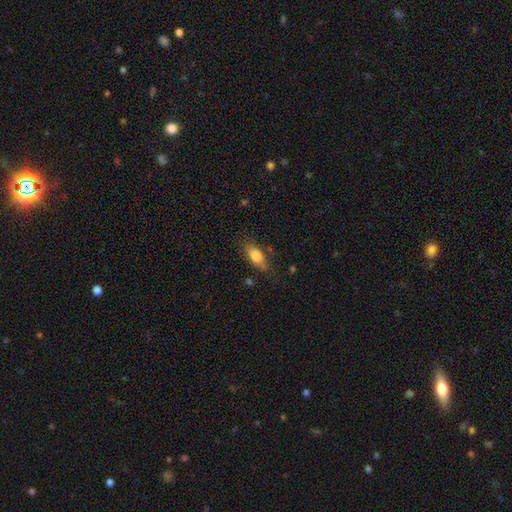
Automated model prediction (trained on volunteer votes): A smooth galaxy with no disk features (76%) that is in between round and cigar-shaped (82%). Merging: none (76%).